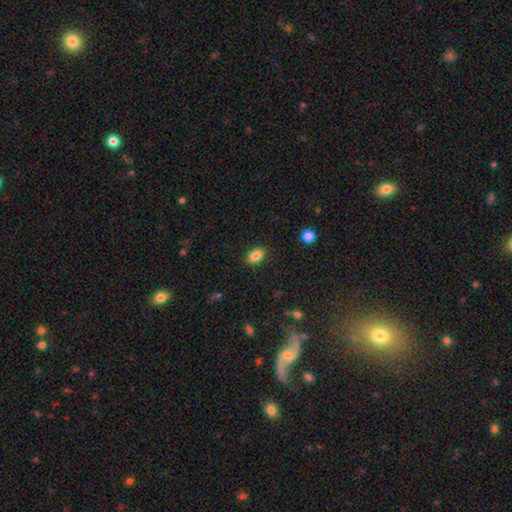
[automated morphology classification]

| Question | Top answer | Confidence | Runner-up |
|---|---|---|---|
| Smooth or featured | smooth | 86% | star or artifact (9%) |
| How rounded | in between | 88% | round (9%) |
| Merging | none | 88% | minor disturbance (9%) |